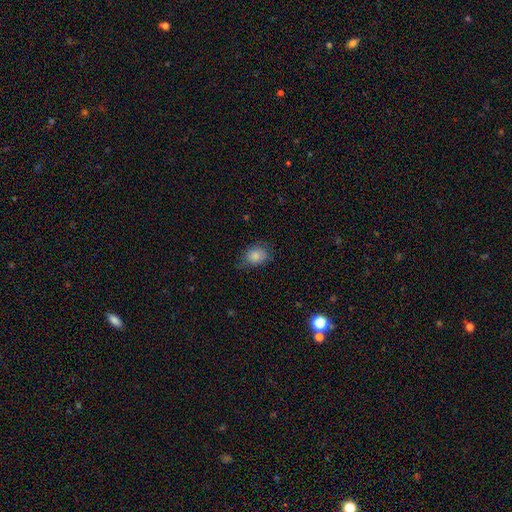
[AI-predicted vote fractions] Smooth or featured: smooth — 84% (star or artifact — 8%)
How rounded: in between — 60% (round — 39%)
Merging: none — 66% (minor disturbance — 26%)